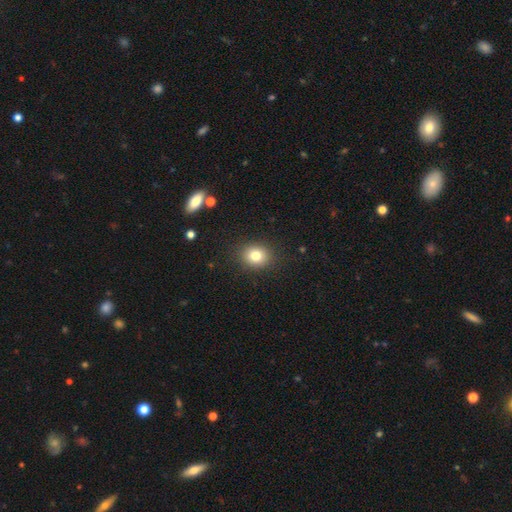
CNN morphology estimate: This is likely a smooth galaxy (80%). How rounded: likely round (66%). Merging: clearly none (88%).